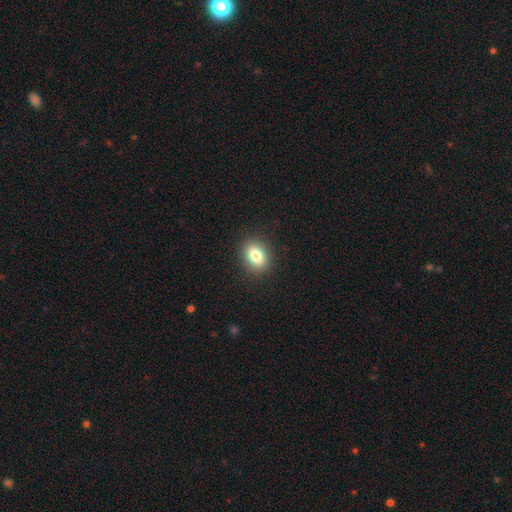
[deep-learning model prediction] This is clearly a smooth galaxy (81%). How rounded: likely in between (66%). Merging: clearly none (90%).